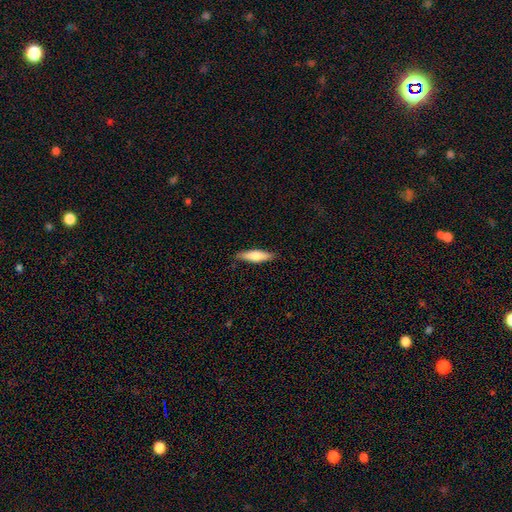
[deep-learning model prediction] Smooth or featured? Predicted: smooth (p=0.70). How rounded? Predicted: cigar-shaped (p=0.64). Merging? Predicted: none (p=0.85).